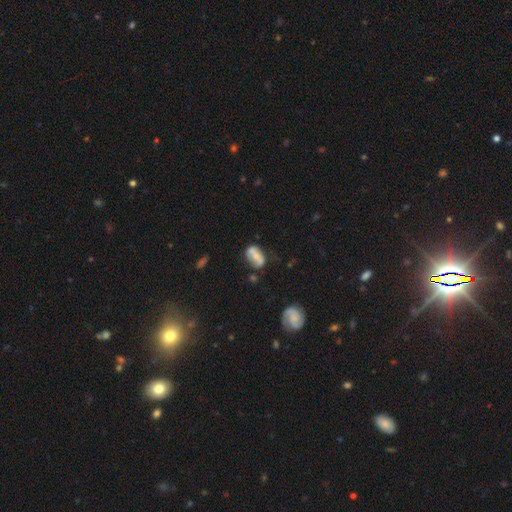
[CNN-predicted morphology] smooth-or-featured: smooth: 47% | featured or disk: 45% | star or artifact: 9%
  merging: none: 46% | minor disturbance: 24% | merger: 19% | major disturbance: 12%